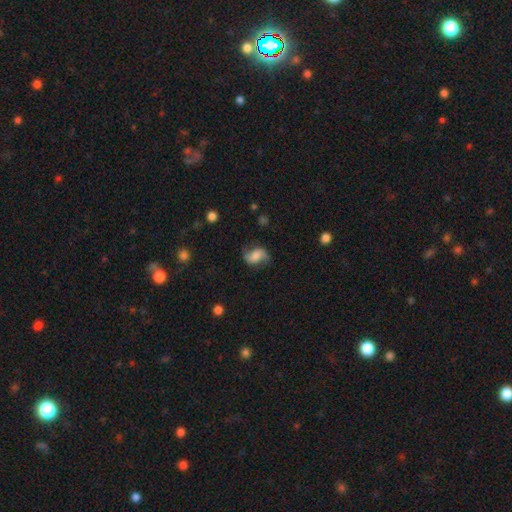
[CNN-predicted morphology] featured or disk 63%, smooth 29%, star or artifact 8%. Down the decision tree: edge-on disk — no (97%); bar — no (47%); spiral arms — yes (92%); spiral arm count — 2 (91%); spiral winding — loose (64%); bulge size — moderate (38%); merging — none (73%).